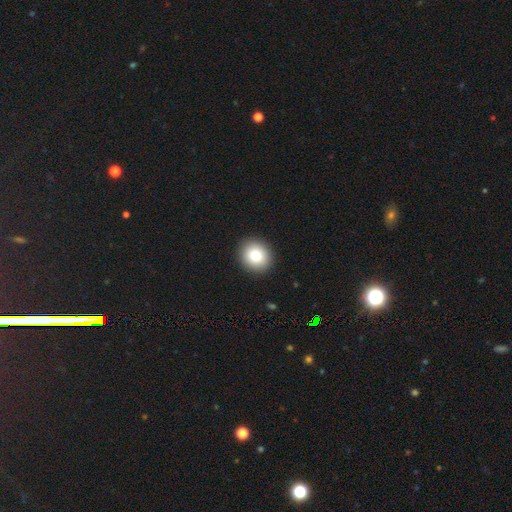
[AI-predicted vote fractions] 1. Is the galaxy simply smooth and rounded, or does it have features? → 82% smooth, 9% star or artifact, 9% featured or disk.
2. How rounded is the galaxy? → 82% round, 17% in between, 1% cigar-shaped.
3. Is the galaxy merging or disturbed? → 92% none, 5% minor disturbance, 2% major disturbance, 1% merger.